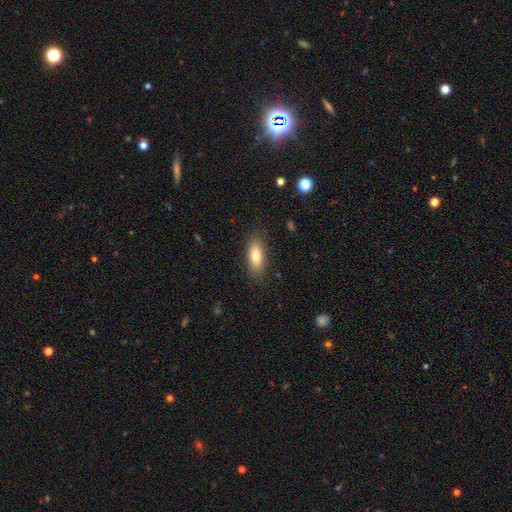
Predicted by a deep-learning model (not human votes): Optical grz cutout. It shows a smooth galaxy with no disk features (78%) that is in between round and cigar-shaped (73%). Merging: none (85%).